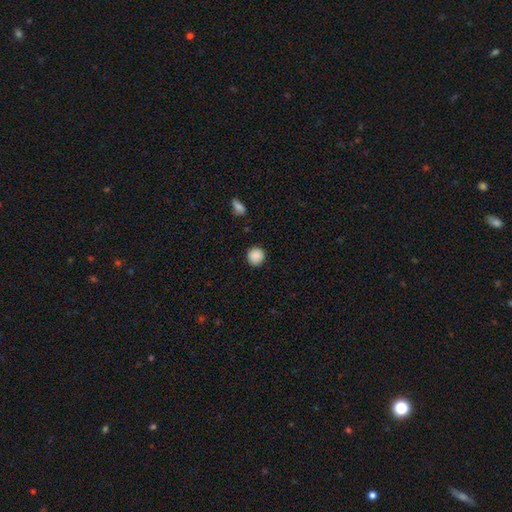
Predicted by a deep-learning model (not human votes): smooth 89%, star or artifact 9%, featured or disk 3%. Down the decision tree: how rounded — round (92%); merging — none (89%).